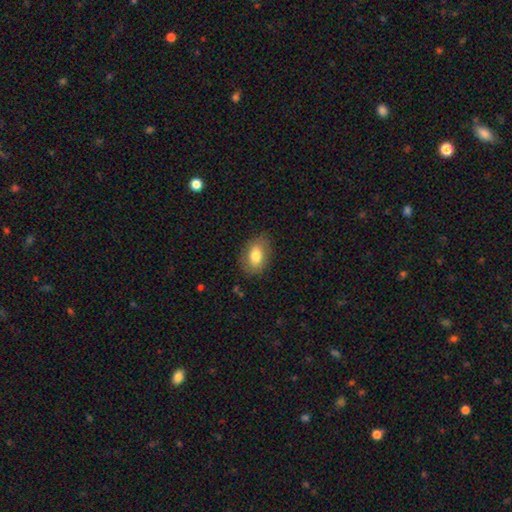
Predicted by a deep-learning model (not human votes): Smooth or featured: smooth — 72% (featured or disk — 20%)
How rounded: in between — 81% (round — 17%)
Merging: none — 78% (minor disturbance — 16%)